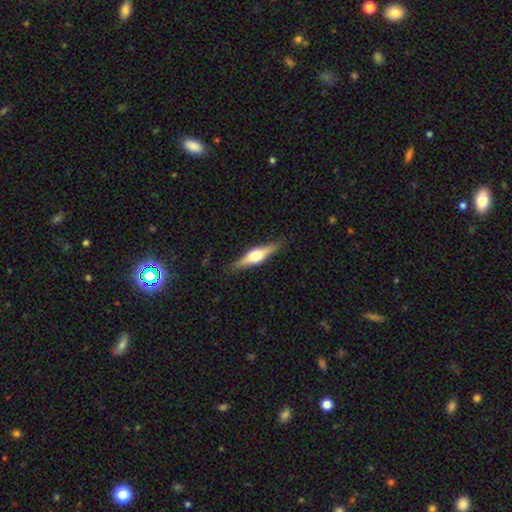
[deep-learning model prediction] Overall: featured or disk (65%; smooth 29%). Edge-on disk: yes (96%). Edge-on bulge: rounded (94%). Merging: none (87%).